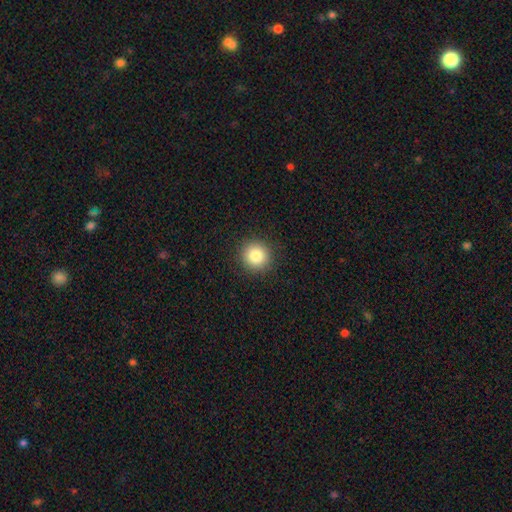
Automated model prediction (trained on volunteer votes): The model was most divided on "smooth or featured": smooth: 84%, star or artifact: 10%, featured or disk: 6%. More confident: how rounded — round (93%); merging — none (92%).